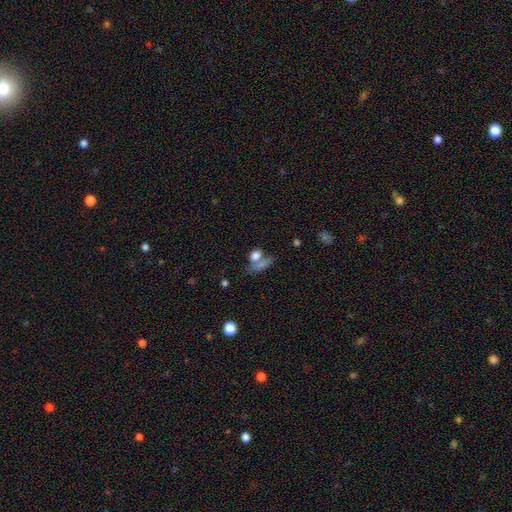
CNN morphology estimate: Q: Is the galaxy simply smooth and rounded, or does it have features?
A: smooth — 76%.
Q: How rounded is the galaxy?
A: in between — 44%.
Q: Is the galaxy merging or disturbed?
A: none — 46%.